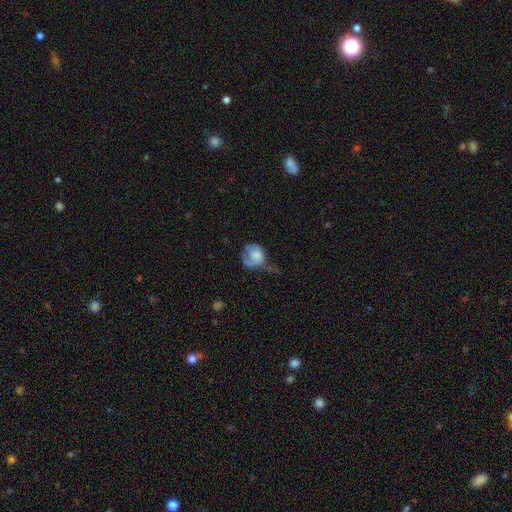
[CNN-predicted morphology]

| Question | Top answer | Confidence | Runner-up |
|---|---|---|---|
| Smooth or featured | smooth | 48% | featured or disk (44%) |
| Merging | major disturbance | 46% | minor disturbance (25%) |